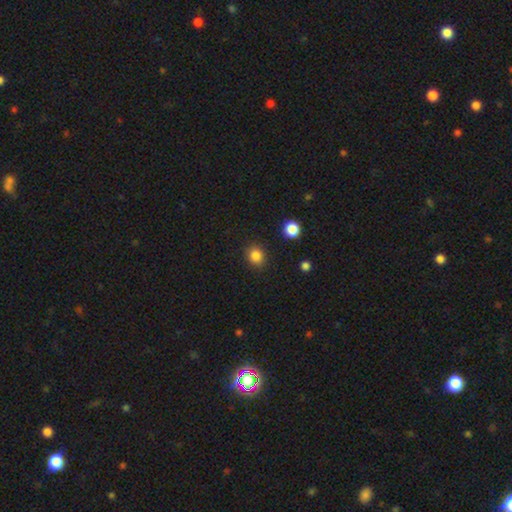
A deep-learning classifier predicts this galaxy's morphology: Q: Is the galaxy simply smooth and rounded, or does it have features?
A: smooth — 85%.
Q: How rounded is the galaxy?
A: round — 77%.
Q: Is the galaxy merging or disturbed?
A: none — 87%.